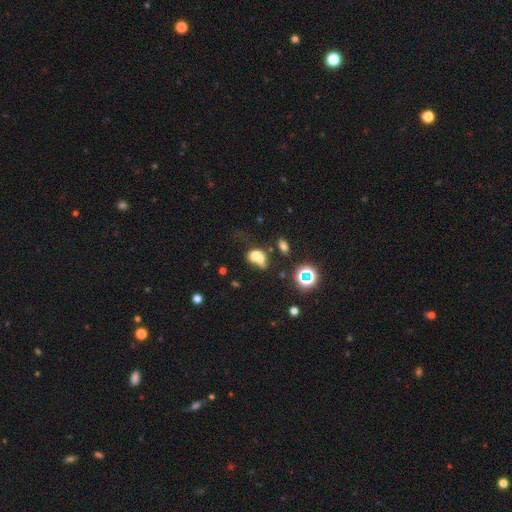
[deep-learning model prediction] Q: Smooth or featured?
A: smooth (61%); runner-up: featured or disk (21%)
Q: How rounded?
A: in between (52%); runner-up: round (46%)
Q: Merging?
A: merger (59%); runner-up: none (22%)